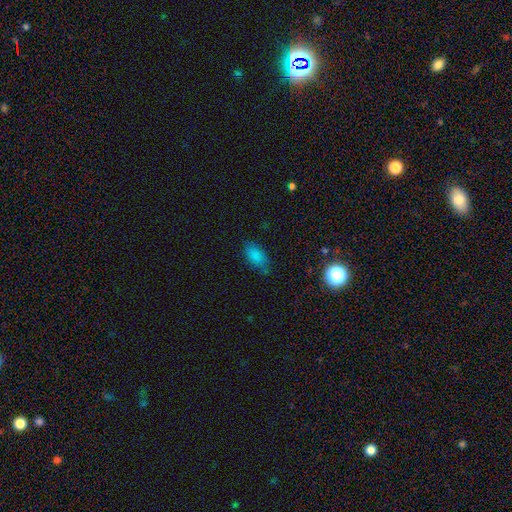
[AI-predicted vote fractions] Smooth or featured? smooth (81%)
How rounded? in between (91%)
Merging? none (68%)